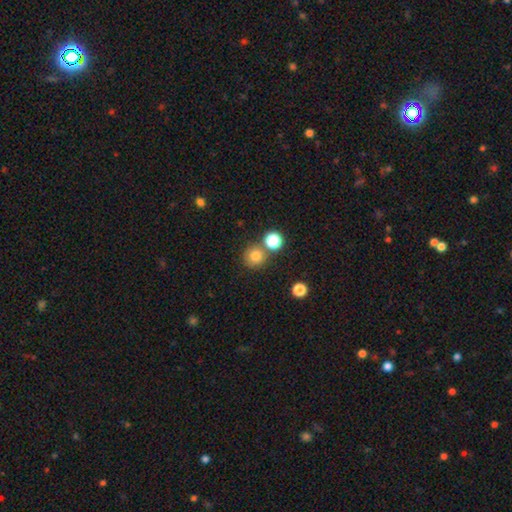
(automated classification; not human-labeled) This is likely a smooth galaxy (79%). How rounded: clearly round (93%). Merging: likely none (76%).